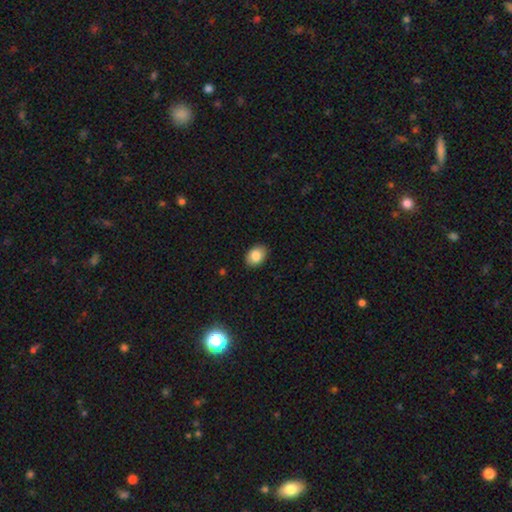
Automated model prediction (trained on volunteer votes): smooth_or_featured: smooth (p=0.86) [alt: star or artifact p=0.08]
how_rounded: in between (p=0.77) [alt: round p=0.22]
merging: none (p=0.87) [alt: minor disturbance p=0.10]